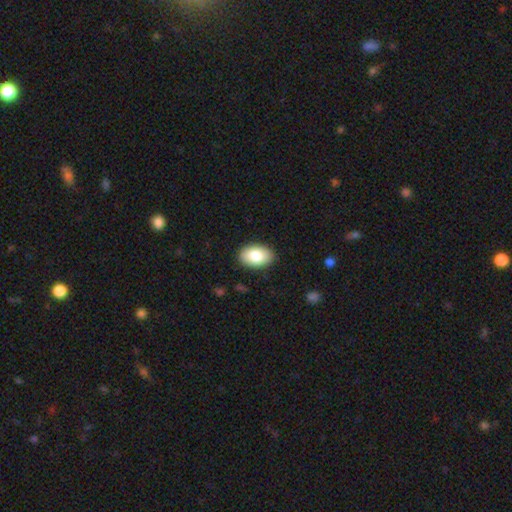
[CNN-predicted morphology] Smooth or featured? smooth (83%)
How rounded? in between (90%)
Merging? none (88%)